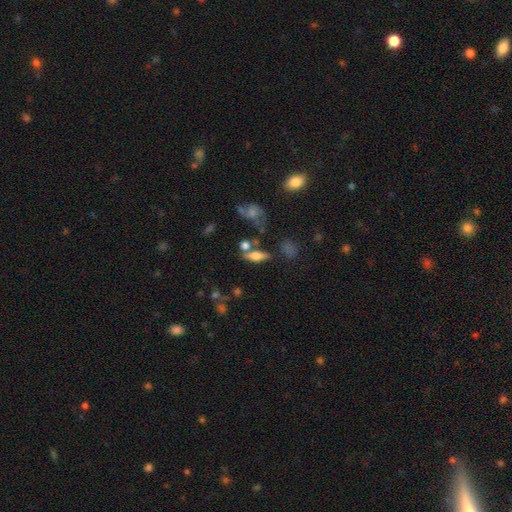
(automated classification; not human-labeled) smooth 54%, featured or disk 34%, star or artifact 11%. Down the decision tree: how rounded — in between (55%); merging — none (63%).